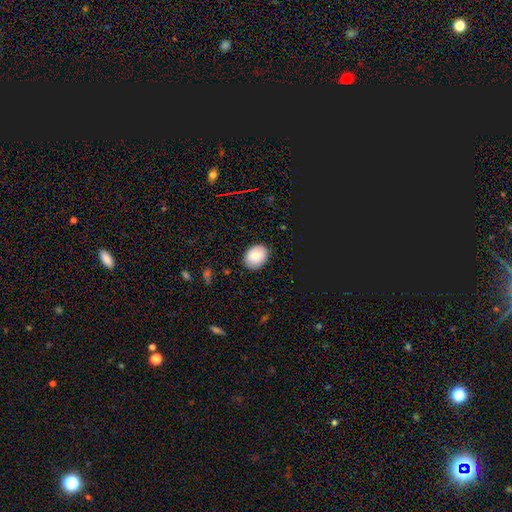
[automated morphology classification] Smooth or featured: smooth — 80% (featured or disk — 12%)
How rounded: in between — 60% (round — 39%)
Merging: none — 86% (minor disturbance — 11%)